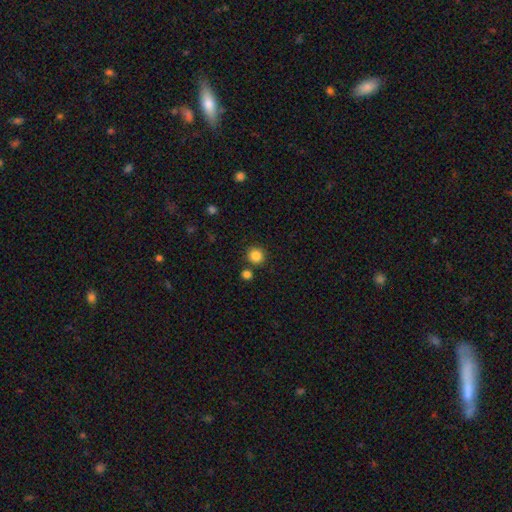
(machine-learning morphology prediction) A smooth galaxy with no disk features (85%) that is round (93%).

Vote fractions:
- Smooth or featured? smooth: 85% / star or artifact: 11% / featured or disk: 4%
- How rounded? round: 93% / in between: 6% / cigar-shaped: 1%
- Merging? none: 82% / merger: 8% / minor disturbance: 7% / major disturbance: 2%